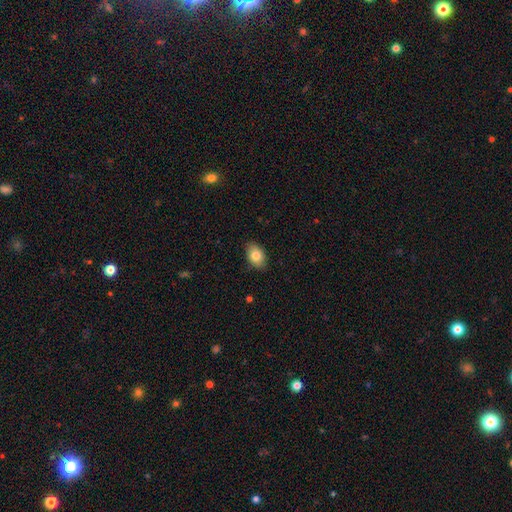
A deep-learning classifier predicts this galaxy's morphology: Smooth or featured? smooth (82%)
How rounded? in between (86%)
Merging? none (86%)